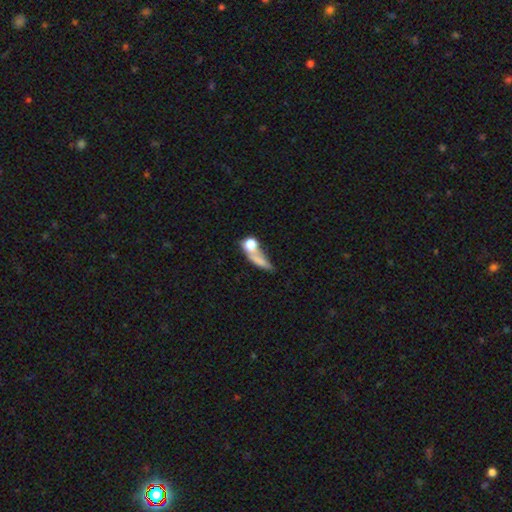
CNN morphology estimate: Smooth or featured? Predicted: smooth (p=0.62). How rounded? Predicted: cigar-shaped (p=0.37). Merging? Predicted: merger (p=0.36).